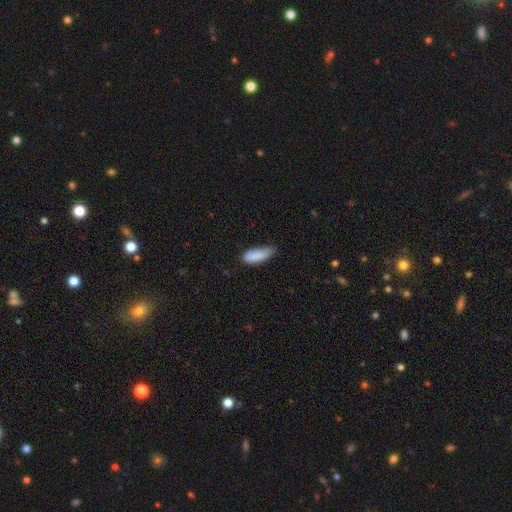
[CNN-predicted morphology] Q: Smooth or featured?
A: smooth (87%); runner-up: star or artifact (7%)
Q: How rounded?
A: in between (66%); runner-up: cigar-shaped (32%)
Q: Merging?
A: none (47%); runner-up: minor disturbance (42%)